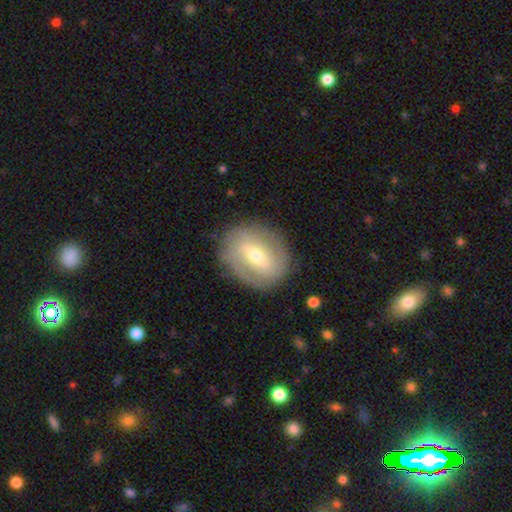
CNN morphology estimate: Smooth or featured? featured or disk (66%)
Edge-on disk? no (93%)
Bar? weak (44%)
Spiral arms? yes (66%)
Bulge size? moderate (62%)
Merging? none (83%)